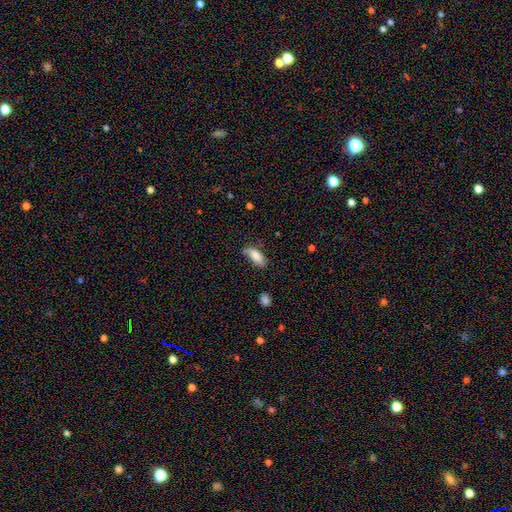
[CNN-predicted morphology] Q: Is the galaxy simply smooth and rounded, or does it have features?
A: smooth — 81%.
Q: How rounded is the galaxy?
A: in between — 82%.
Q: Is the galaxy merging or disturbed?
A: none — 57%.